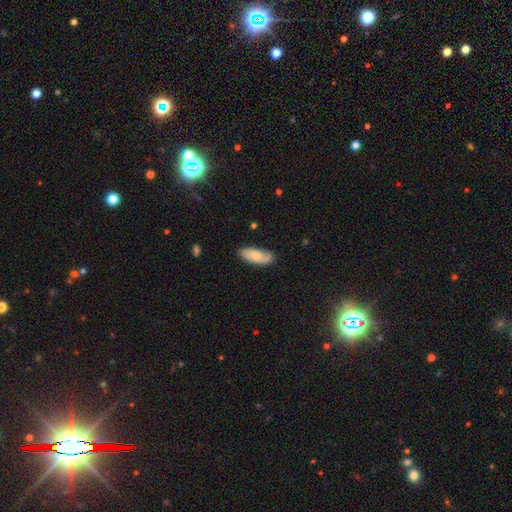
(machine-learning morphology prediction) Smooth or featured: smooth — 66% (featured or disk — 28%)
How rounded: in between — 81% (cigar-shaped — 17%)
Merging: none — 76% (minor disturbance — 19%)